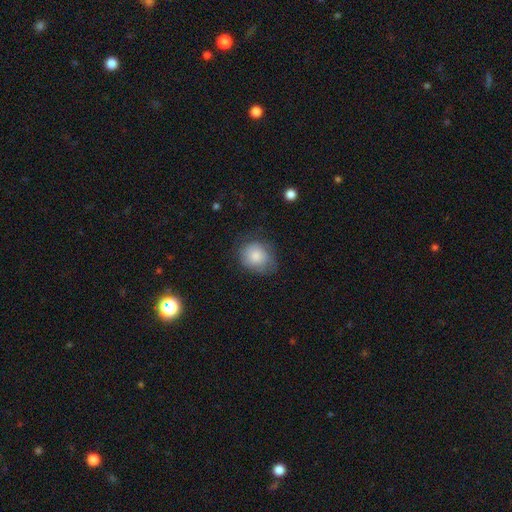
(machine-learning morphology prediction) smooth_or_featured: smooth (p=0.81) [alt: featured or disk p=0.12]
how_rounded: round (p=0.64) [alt: in between p=0.36]
merging: none (p=0.64) [alt: minor disturbance p=0.25]